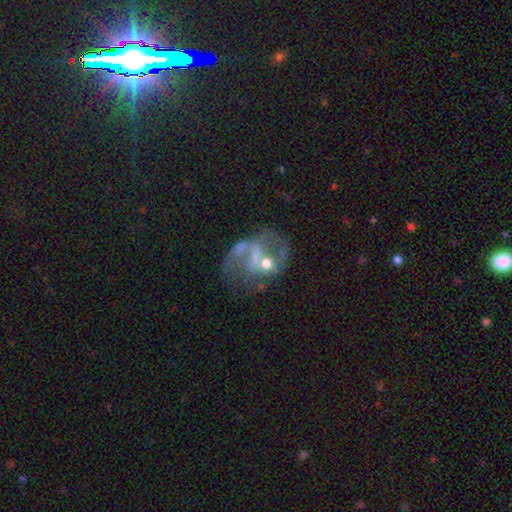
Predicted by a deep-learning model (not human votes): Smooth or featured? Predicted: featured or disk (p=0.68). Edge-on disk? Predicted: no (p=0.97). Bar? Predicted: no (p=0.56). Spiral arms? Predicted: yes (p=0.54). Bulge size? Predicted: moderate (p=0.48). Merging? Predicted: major disturbance (p=0.33).